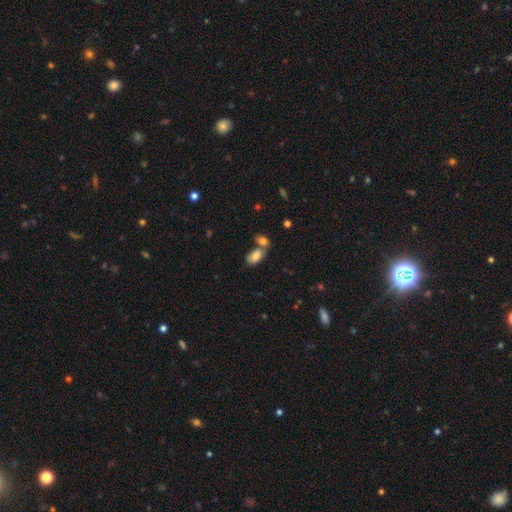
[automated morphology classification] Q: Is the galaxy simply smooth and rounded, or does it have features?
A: smooth — 81%.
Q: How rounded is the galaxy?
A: in between — 92%.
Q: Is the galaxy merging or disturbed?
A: merger — 42%.